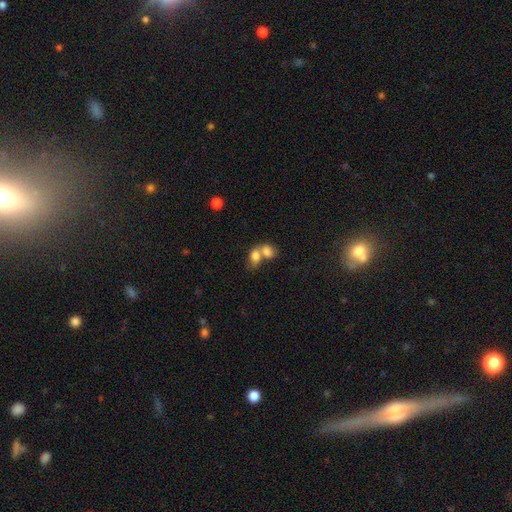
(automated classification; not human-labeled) This is likely a smooth galaxy (77%). How rounded: likely in between (68%). Merging: likely merger (71%).